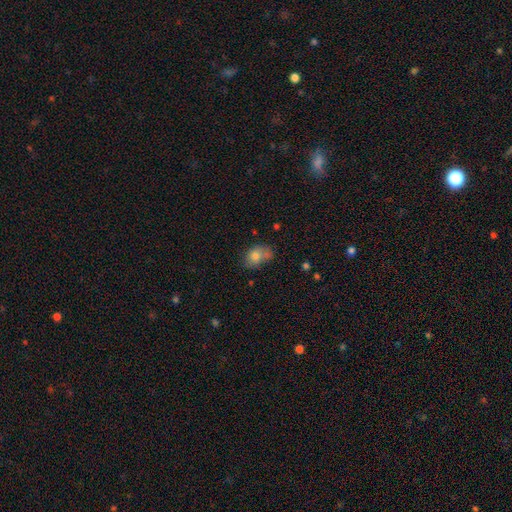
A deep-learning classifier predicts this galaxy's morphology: Smooth or featured? smooth (75%)
How rounded? in between (73%)
Merging? none (45%)